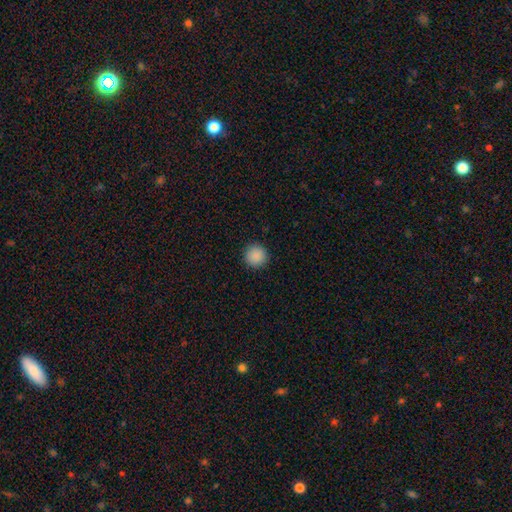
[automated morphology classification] This appears to be a smooth galaxy with no disk features (89%) that is round (95%). Merging: none (92%).